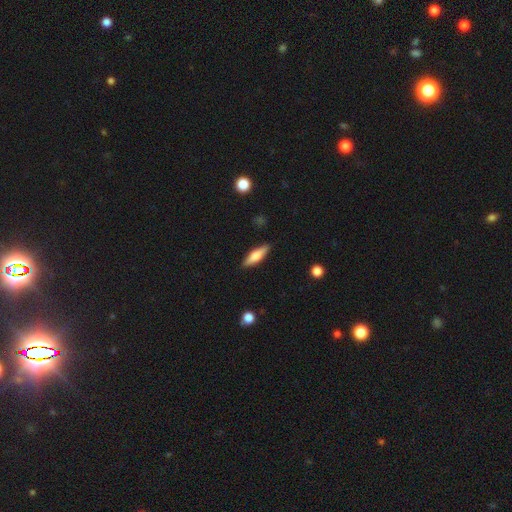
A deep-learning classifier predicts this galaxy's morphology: Smooth or featured? smooth (58%)
How rounded? cigar-shaped (63%)
Merging? none (88%)